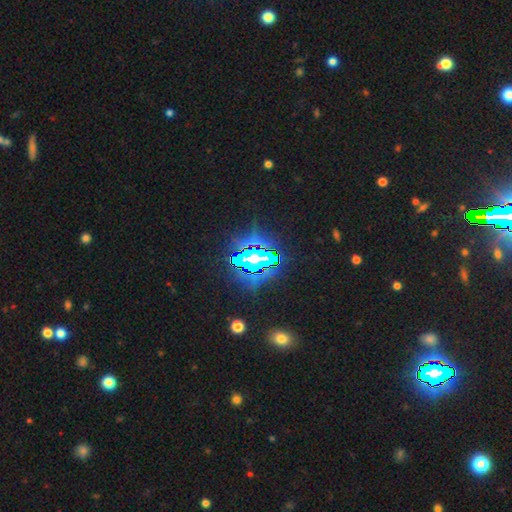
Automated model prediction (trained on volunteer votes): This is clearly a star or artifact rather than a galaxy (82%).